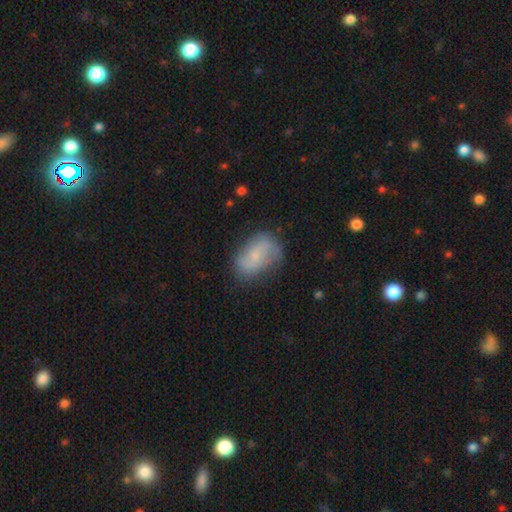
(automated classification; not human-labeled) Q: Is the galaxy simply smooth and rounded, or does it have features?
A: featured or disk — 52%.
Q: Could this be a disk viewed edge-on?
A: no — 96%.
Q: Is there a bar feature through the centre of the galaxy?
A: no — 56%.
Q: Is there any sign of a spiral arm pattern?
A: yes — 82%.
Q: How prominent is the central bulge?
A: small — 60%.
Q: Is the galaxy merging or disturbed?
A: none — 65%.